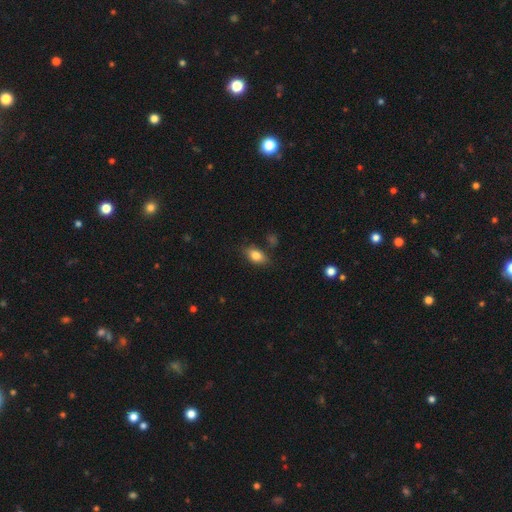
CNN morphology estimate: smooth-or-featured: smooth: 79% | featured or disk: 13% | star or artifact: 8%
  how-rounded: in between: 85% | round: 9% | cigar-shaped: 6%
  merging: none: 78% | minor disturbance: 16% | major disturbance: 3% | merger: 3%